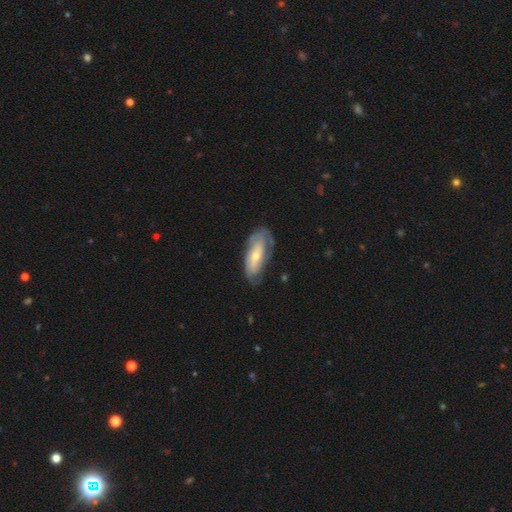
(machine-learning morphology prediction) Smooth or featured: featured or disk — 53% (smooth — 41%)
Edge-on disk: no — 85% (yes — 15%)
Merging: none — 58% (minor disturbance — 27%)